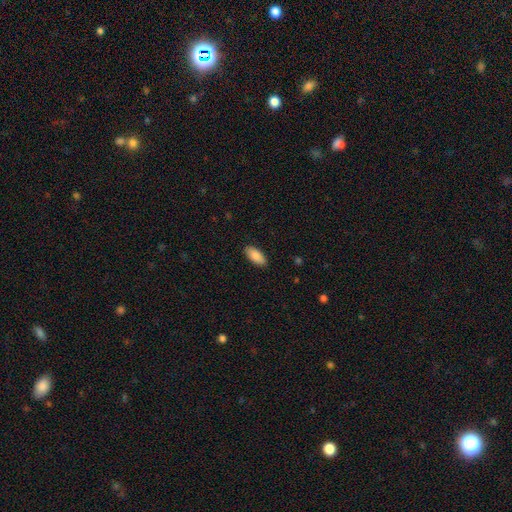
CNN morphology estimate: smooth 89%, star or artifact 6%, featured or disk 5%. Down the decision tree: how rounded — in between (91%); merging — none (89%).